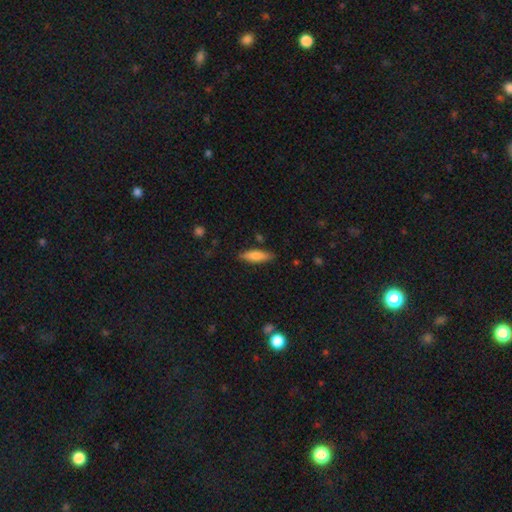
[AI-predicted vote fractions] smooth_or_featured: smooth (p=0.79) [alt: featured or disk p=0.15]
how_rounded: cigar-shaped (p=0.63) [alt: in between p=0.35]
merging: none (p=0.84) [alt: minor disturbance p=0.12]